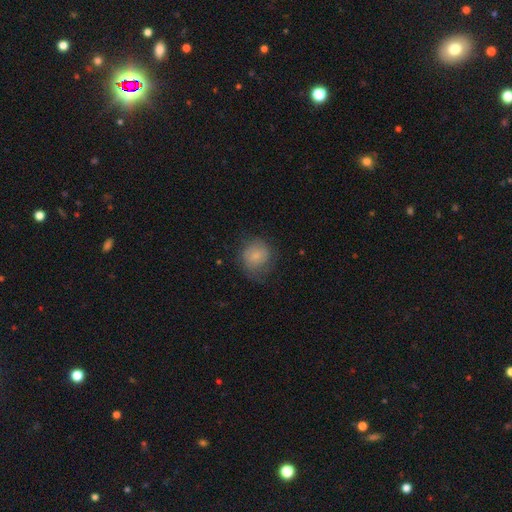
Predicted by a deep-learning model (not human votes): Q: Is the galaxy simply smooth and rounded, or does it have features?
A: smooth — 68%.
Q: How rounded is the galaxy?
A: round — 83%.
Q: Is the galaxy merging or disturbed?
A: none — 59%.